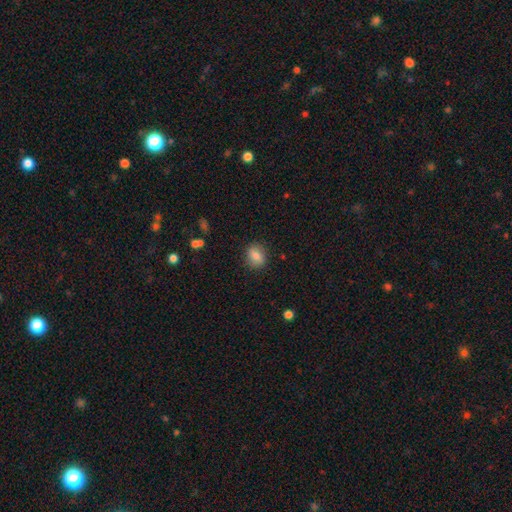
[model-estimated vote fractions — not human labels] Smooth or featured: smooth — 83% (featured or disk — 9%)
How rounded: in between — 54% (round — 44%)
Merging: none — 85% (minor disturbance — 11%)